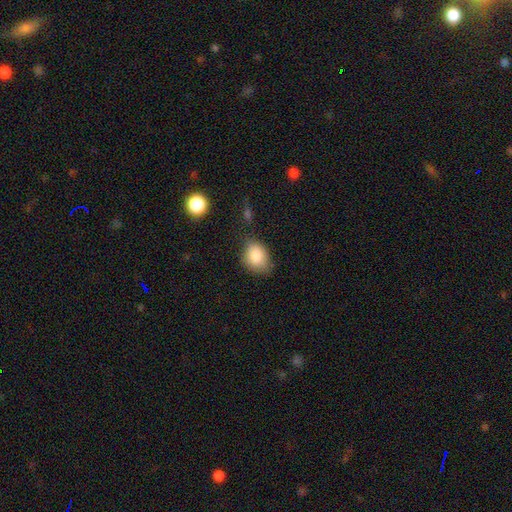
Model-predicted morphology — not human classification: Smooth or featured? Predicted: smooth (p=0.85). How rounded? Predicted: in between (p=0.57). Merging? Predicted: none (p=0.62).